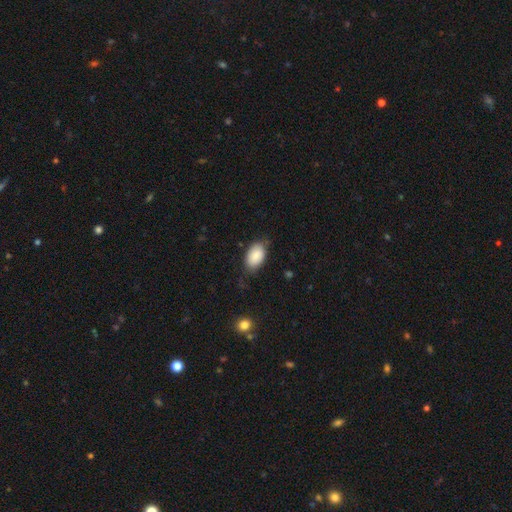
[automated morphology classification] A smooth galaxy with no disk features (87%) that is in between round and cigar-shaped (92%). Merging: none (70%).